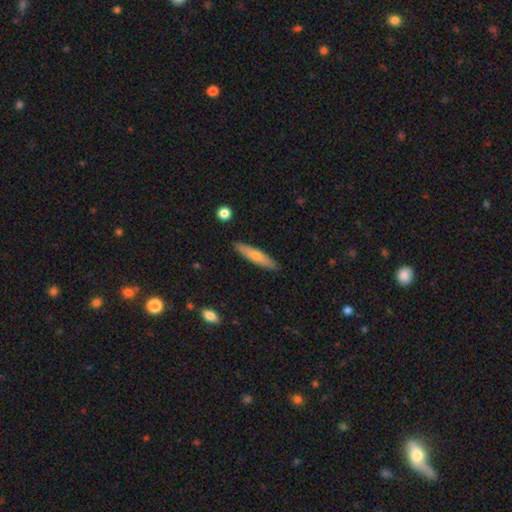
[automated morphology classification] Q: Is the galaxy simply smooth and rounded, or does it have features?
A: smooth — 64%.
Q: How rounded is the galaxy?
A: cigar-shaped — 82%.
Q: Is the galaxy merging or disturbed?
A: none — 87%.